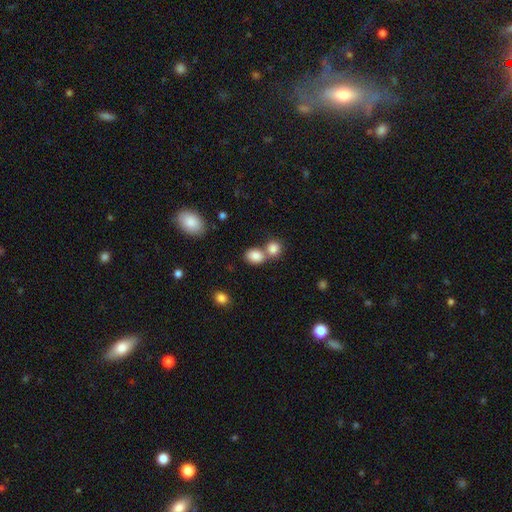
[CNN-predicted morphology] The model was most divided on "merging" (2-way tie): merger: 44%, none: 44%, minor disturbance: 9%, major disturbance: 3%. More confident: smooth or featured — smooth (85%); how rounded — in between (54%).